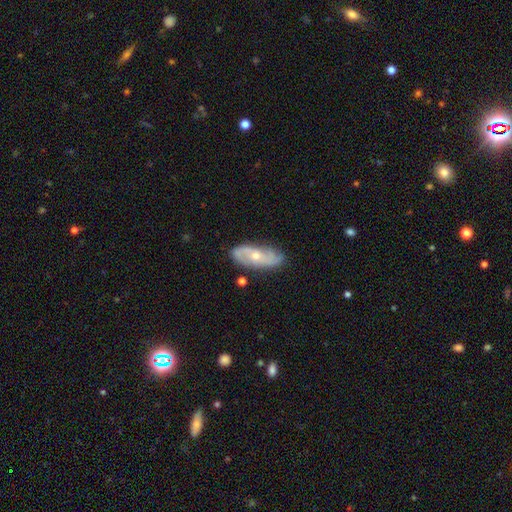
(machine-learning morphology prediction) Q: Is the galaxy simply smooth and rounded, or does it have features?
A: featured or disk — 72%.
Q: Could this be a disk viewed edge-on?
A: no — 88%.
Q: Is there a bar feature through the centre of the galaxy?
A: no — 69%.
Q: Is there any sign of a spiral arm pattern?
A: yes — 87%.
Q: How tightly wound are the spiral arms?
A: medium — 39%.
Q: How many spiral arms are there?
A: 2 — 69%.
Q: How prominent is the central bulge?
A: small — 55%.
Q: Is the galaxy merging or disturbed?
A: none — 78%.